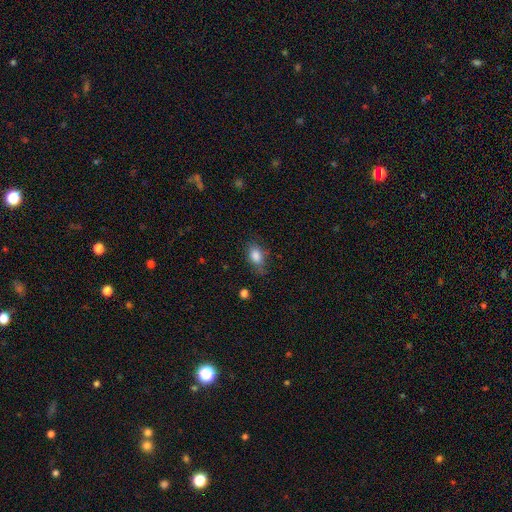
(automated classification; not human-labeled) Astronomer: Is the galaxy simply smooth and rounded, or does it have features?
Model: smooth — 84%.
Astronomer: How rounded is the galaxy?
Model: in between — 80%.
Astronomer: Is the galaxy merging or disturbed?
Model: none — 65%.